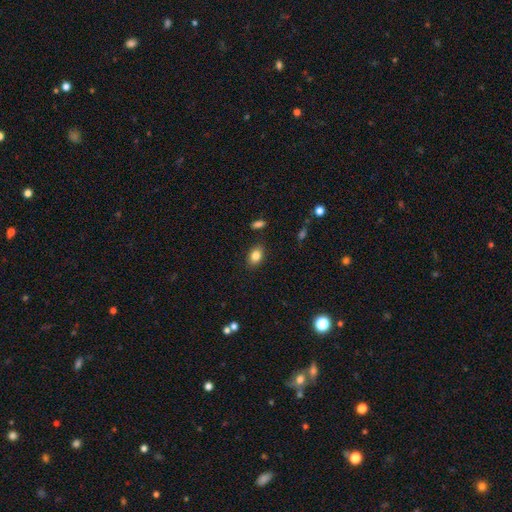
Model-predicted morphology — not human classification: This appears to be a smooth galaxy with no disk features (84%) that is in between round and cigar-shaped (76%). Merging: none (86%).